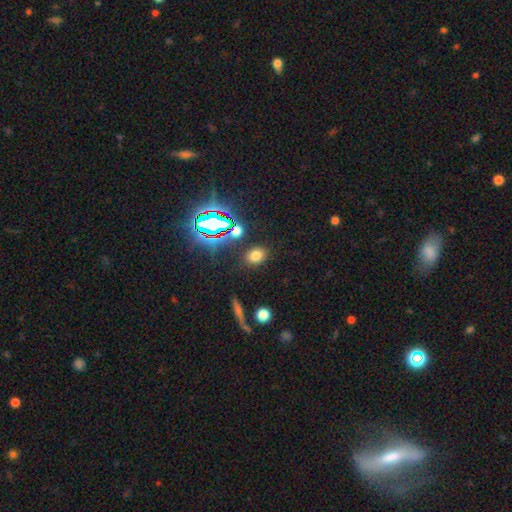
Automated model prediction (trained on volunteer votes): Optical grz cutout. It shows a smooth galaxy with no disk features (71%) that is round (51%). Merging: none (87%).